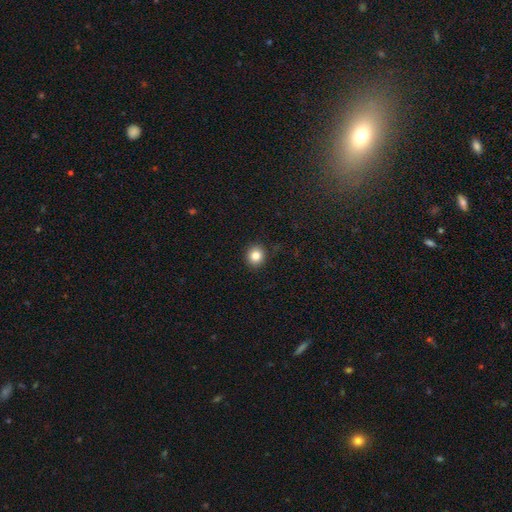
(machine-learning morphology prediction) A smooth galaxy with no disk features (84%) that is round (88%). Merging: none (91%).